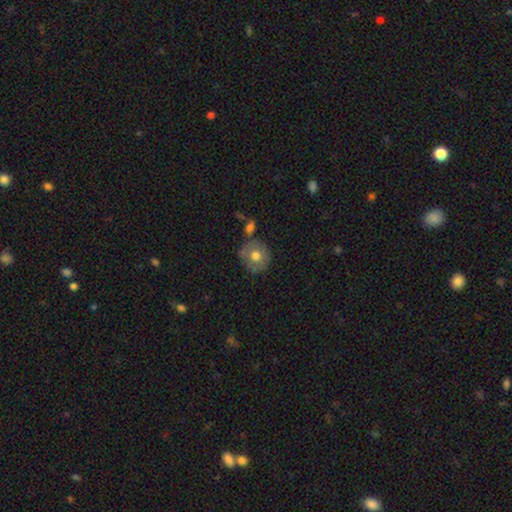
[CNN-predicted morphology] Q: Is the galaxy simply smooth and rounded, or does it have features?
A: smooth — 65%.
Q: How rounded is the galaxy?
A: round — 88%.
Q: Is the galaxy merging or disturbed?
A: none — 71%.